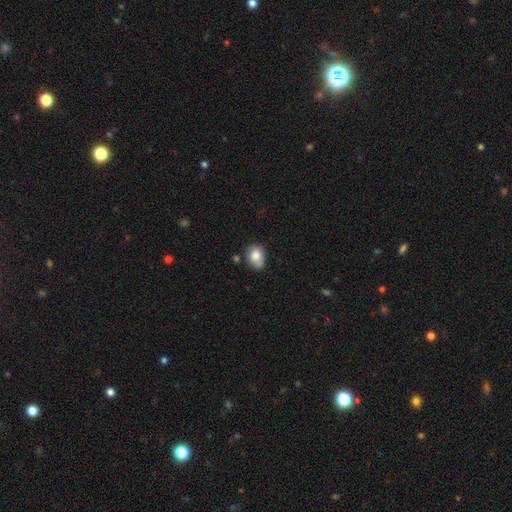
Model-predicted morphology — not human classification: Q: Smooth or featured?
A: smooth (80%); runner-up: featured or disk (12%)
Q: How rounded?
A: in between (60%); runner-up: round (39%)
Q: Merging?
A: none (56%); runner-up: minor disturbance (30%)